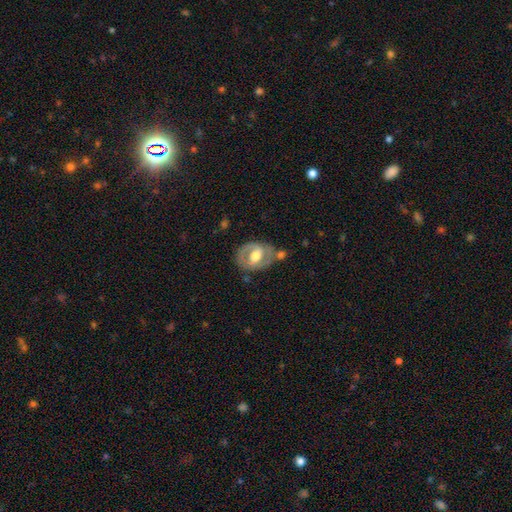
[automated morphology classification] smooth_or_featured: featured or disk (p=0.67) [alt: smooth p=0.28]
disk_edge_on: no (p=0.95) [alt: yes p=0.05]
bar: weak (p=0.41) [alt: no p=0.34]
has_spiral_arms: yes (p=0.56) [alt: no p=0.44]
bulge_size: moderate (p=0.62) [alt: large p=0.26]
merging: none (p=0.56) [alt: minor disturbance p=0.23]